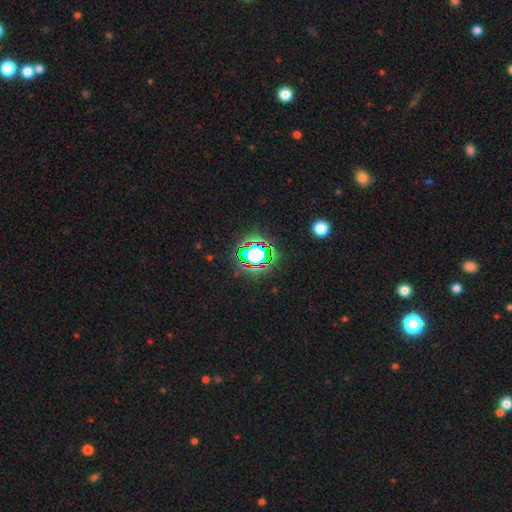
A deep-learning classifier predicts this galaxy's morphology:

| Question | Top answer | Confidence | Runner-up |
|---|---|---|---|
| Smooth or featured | star or artifact | 80% | smooth (12%) |